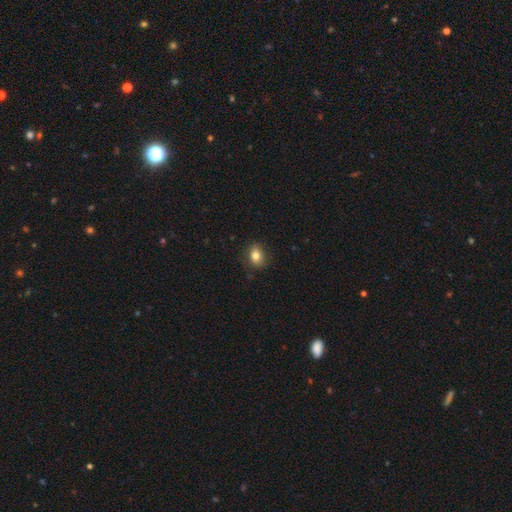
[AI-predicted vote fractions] Smooth or featured? smooth (80%)
How rounded? in between (61%)
Merging? none (81%)